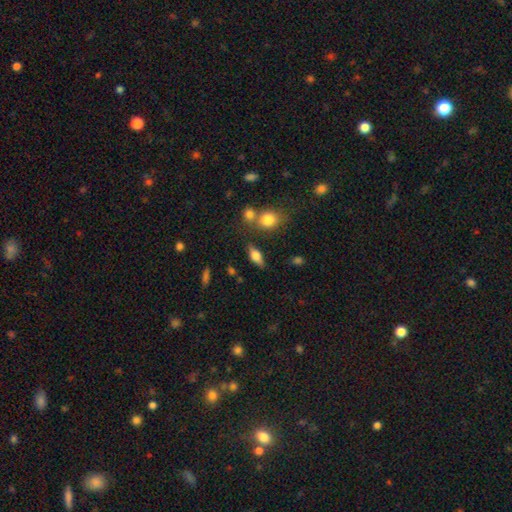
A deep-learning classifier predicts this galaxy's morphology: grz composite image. It shows a smooth galaxy with no disk features (62%) that is in between round and cigar-shaped (74%). Merging: none (76%).